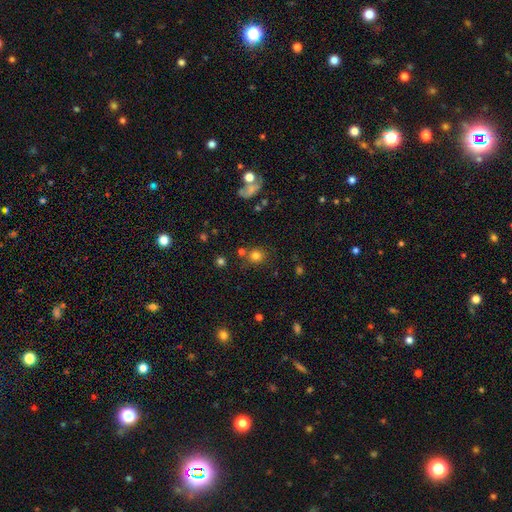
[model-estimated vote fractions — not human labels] A smooth galaxy with no disk features (77%) that is round (85%). Merging: none (74%).